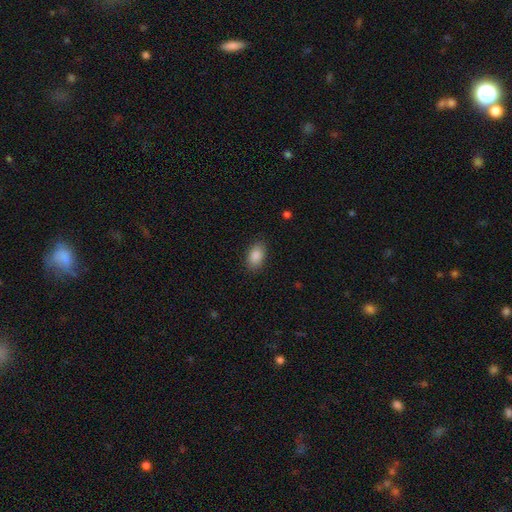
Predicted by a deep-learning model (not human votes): The model was most divided on "merging": none: 86%, minor disturbance: 11%, major disturbance: 3%, merger: 1%. More confident: how rounded — in between (91%); smooth or featured — smooth (89%).